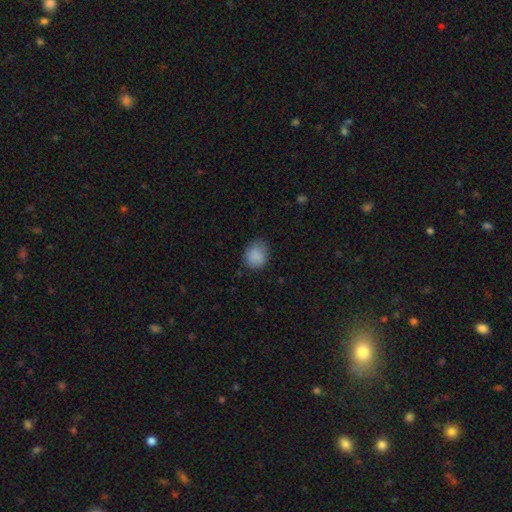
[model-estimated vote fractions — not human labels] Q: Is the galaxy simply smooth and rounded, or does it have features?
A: smooth — 86%.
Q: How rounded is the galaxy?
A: round — 64%.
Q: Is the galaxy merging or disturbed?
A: none — 72%.